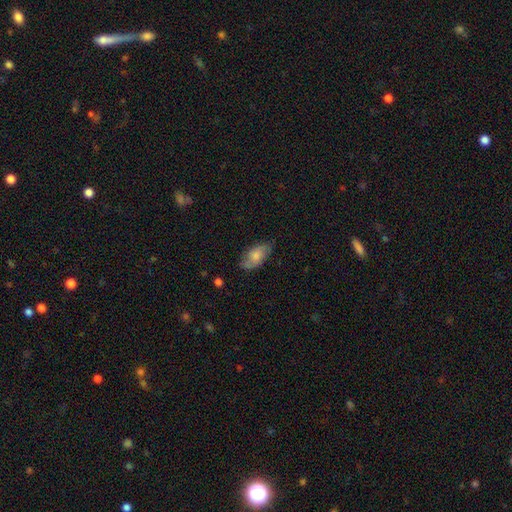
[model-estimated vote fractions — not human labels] This appears to be a smooth galaxy with no disk features (65%) that is in between round and cigar-shaped (92%). Merging: none (62%).